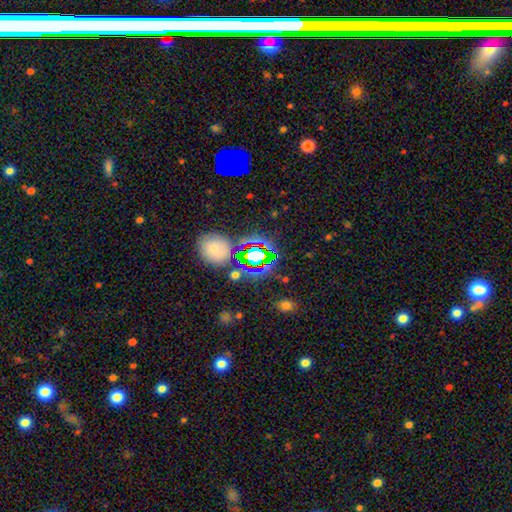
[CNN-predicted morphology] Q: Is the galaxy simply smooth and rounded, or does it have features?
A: star or artifact — 60%.